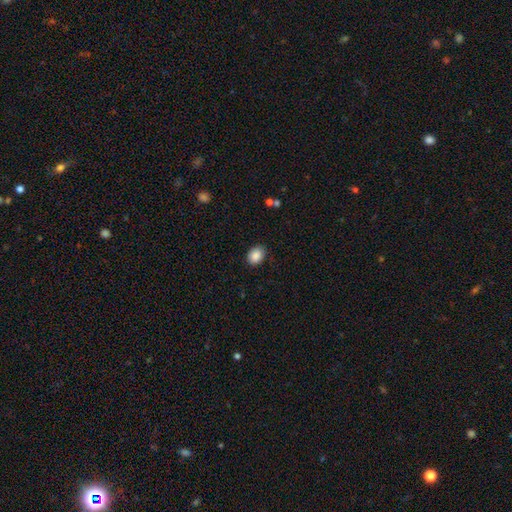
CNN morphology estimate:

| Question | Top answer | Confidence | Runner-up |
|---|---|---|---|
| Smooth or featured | smooth | 89% | star or artifact (8%) |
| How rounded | in between | 61% | round (38%) |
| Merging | none | 86% | minor disturbance (10%) |